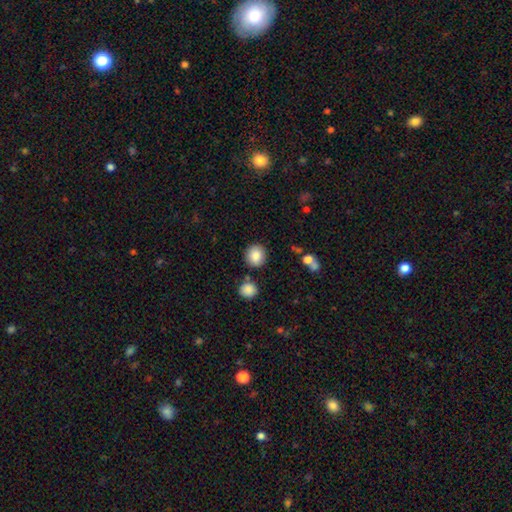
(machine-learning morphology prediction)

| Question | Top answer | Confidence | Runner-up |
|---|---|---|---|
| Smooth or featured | smooth | 85% | star or artifact (9%) |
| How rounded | round | 85% | in between (14%) |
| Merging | none | 84% | minor disturbance (8%) |